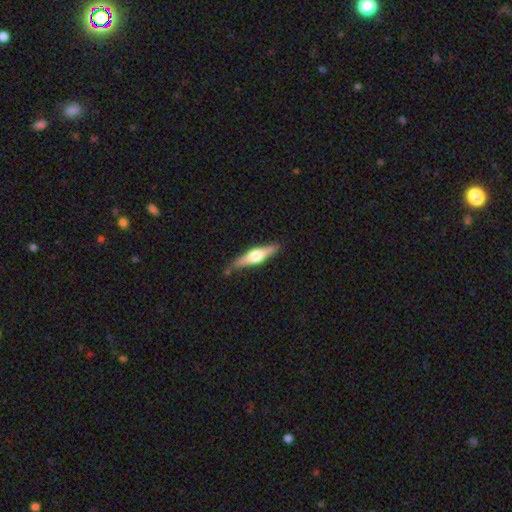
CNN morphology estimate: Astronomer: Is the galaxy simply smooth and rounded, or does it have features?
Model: featured or disk — 65%.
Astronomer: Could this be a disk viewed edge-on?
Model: yes — 96%.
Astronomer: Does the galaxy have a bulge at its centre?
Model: rounded — 93%.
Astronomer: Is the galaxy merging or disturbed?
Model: none — 80%.